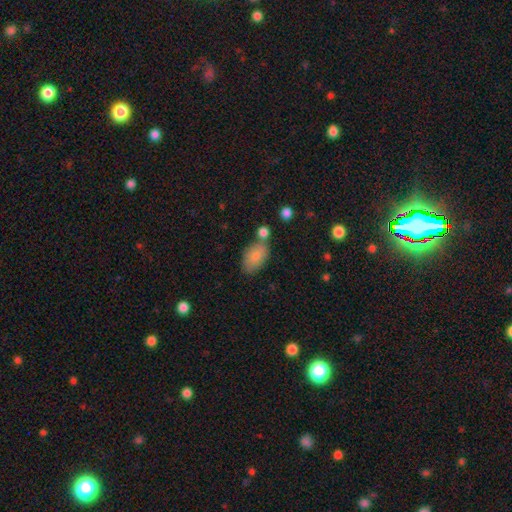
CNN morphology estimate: The model was most divided on "merging": none: 60%, merger: 19%, minor disturbance: 17%, major disturbance: 5%. More confident: how rounded — in between (92%); smooth or featured — smooth (83%).